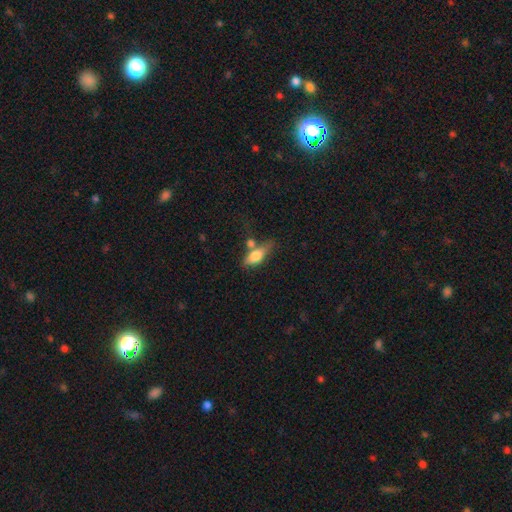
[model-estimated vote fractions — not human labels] Smooth or featured? smooth (69%)
How rounded? in between (71%)
Merging? none (46%)